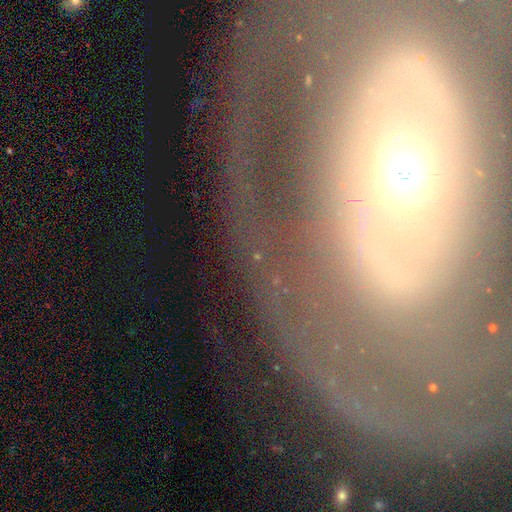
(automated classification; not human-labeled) A featured or disk galaxy (67%) with no bar (45%), spiral arms (56%) and a moderate central bulge (61%). Merging: none (67%).